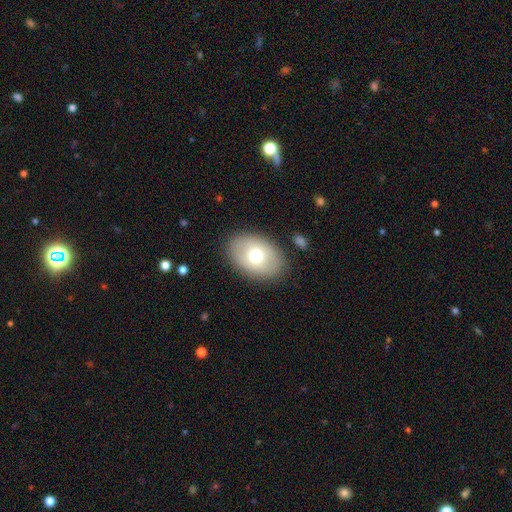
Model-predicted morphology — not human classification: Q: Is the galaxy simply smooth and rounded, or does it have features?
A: smooth — 69%.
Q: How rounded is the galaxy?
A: in between — 80%.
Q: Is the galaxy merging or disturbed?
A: none — 86%.